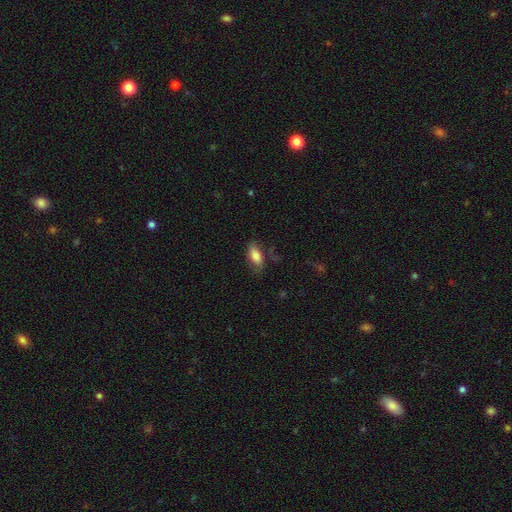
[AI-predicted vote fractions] Overall: smooth (75%). How rounded: in between (86%). Merging: none (64%; minor disturbance 24%).